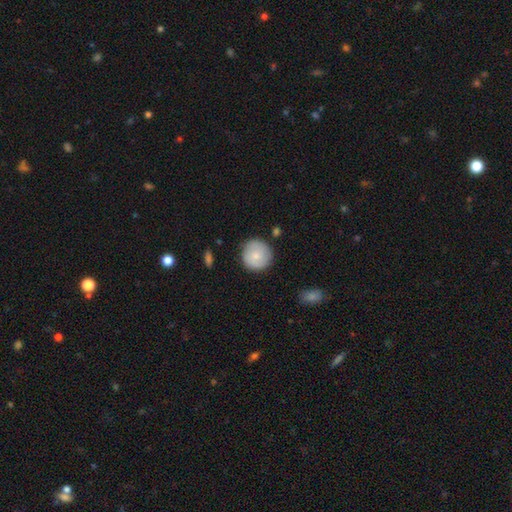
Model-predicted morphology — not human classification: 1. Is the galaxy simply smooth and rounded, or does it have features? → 78% smooth, 16% featured or disk, 6% star or artifact.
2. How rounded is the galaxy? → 94% round, 5% in between, 1% cigar-shaped.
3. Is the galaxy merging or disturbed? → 84% none, 11% minor disturbance, 2% major disturbance, 2% merger.